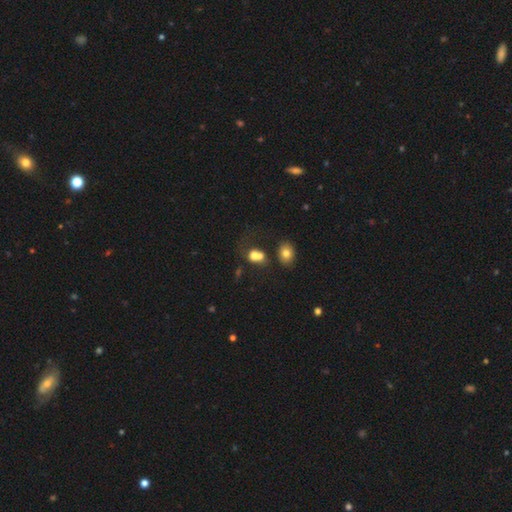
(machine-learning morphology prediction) Smooth or featured? Predicted: smooth (p=0.72). How rounded? Predicted: in between (p=0.53). Merging? Predicted: merger (p=0.47).